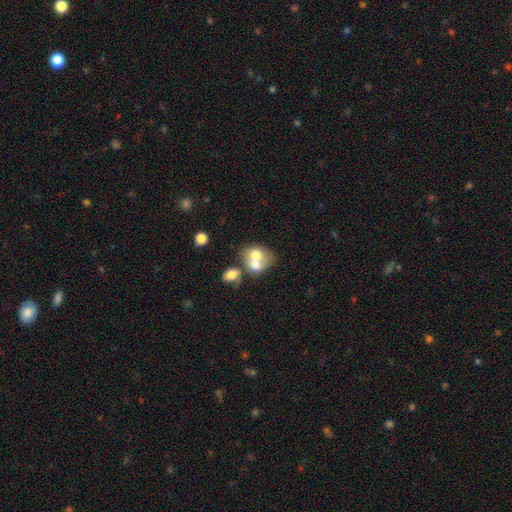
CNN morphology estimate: Smooth or featured? smooth (64%)
How rounded? round (52%)
Merging? merger (70%)